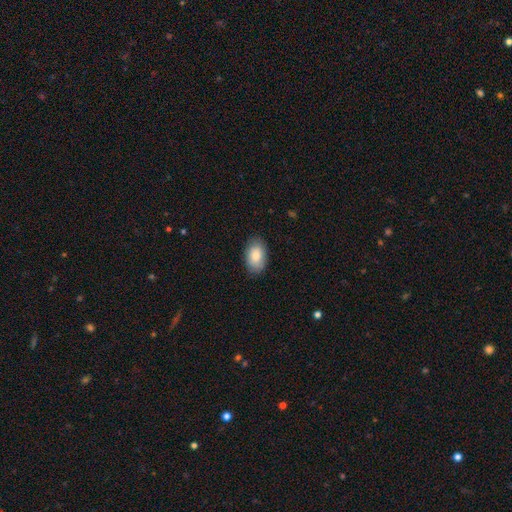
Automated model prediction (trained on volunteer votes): Smooth or featured? smooth (84%)
How rounded? in between (91%)
Merging? none (85%)